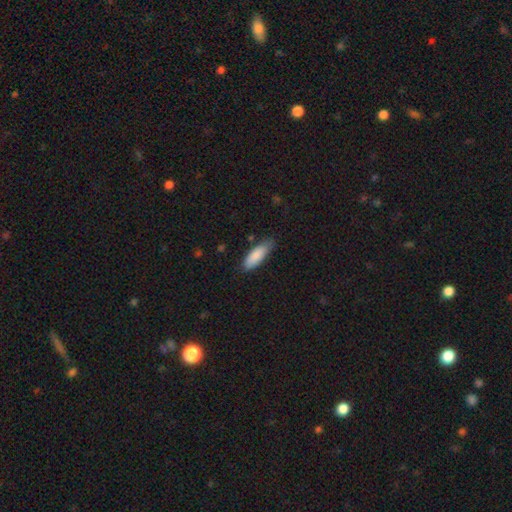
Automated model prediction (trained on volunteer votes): smooth-or-featured: smooth: 87% | featured or disk: 8% | star or artifact: 6%
  how-rounded: in between: 62% | cigar-shaped: 36% | round: 2%
  merging: none: 71% | minor disturbance: 23% | major disturbance: 4% | merger: 2%